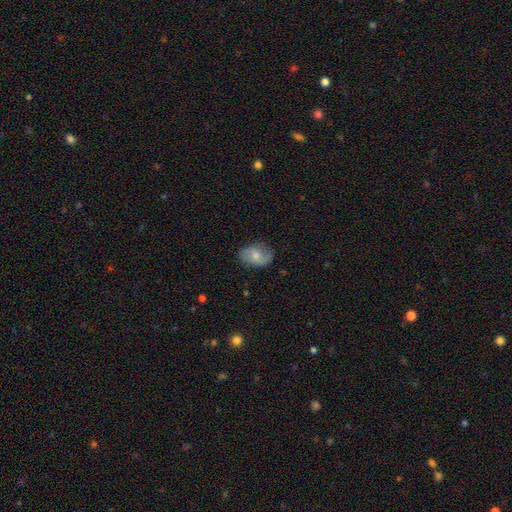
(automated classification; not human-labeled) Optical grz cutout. It shows a smooth galaxy with no disk features (56%) that is in between round and cigar-shaped (82%). Merging: none (77%).